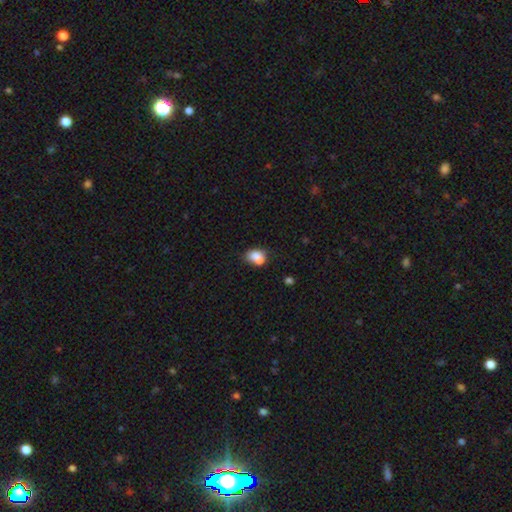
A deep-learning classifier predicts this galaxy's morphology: A smooth galaxy with no disk features (74%) that is in between round and cigar-shaped (62%).

Vote fractions:
- Smooth or featured? smooth: 74% / featured or disk: 16% / star or artifact: 10%
- How rounded? in between: 62% / round: 36% / cigar-shaped: 1%
- Merging? merger: 47% / none: 32% / minor disturbance: 15% / major disturbance: 6%